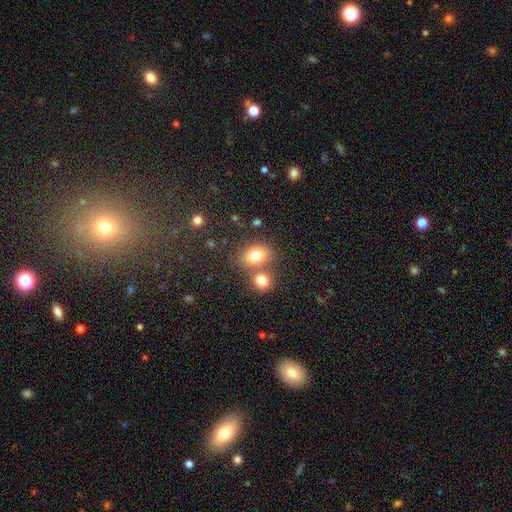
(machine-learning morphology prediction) Smooth or featured?
  - smooth: 78% *
  - star or artifact: 11%
  - featured or disk: 10%
How rounded?
  - in between: 61% *
  - round: 38%
  - cigar-shaped: 1%
Merging?
  - none: 53% *
  - merger: 34%
  - minor disturbance: 10%
  - major disturbance: 4%